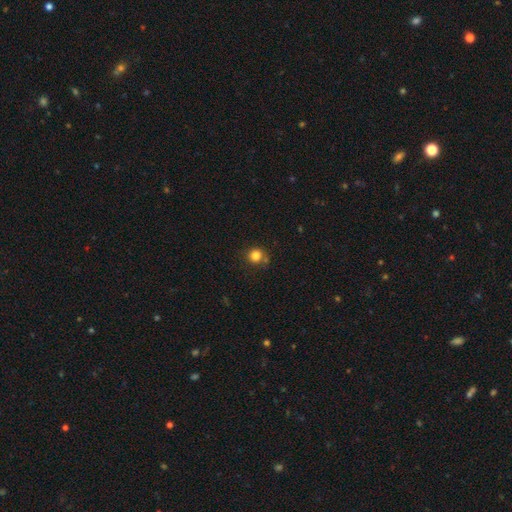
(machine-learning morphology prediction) type=smooth (82%); roundness=round (91%); merging=none (75%).